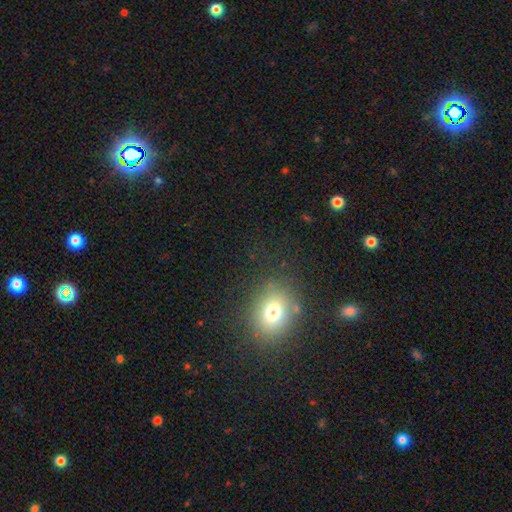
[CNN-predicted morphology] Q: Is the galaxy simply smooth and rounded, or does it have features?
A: smooth — 65%.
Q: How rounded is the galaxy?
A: in between — 53%.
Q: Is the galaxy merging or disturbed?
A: none — 83%.